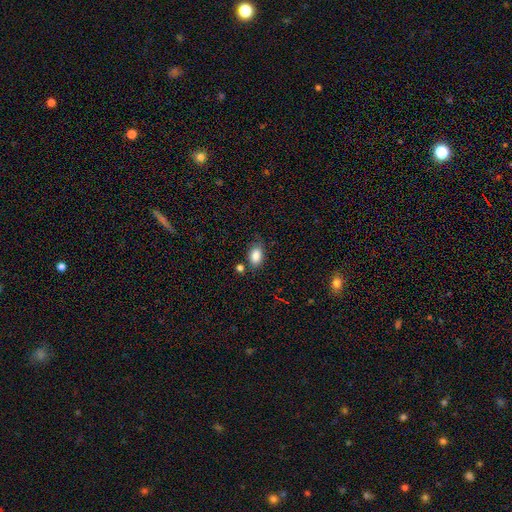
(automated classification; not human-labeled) This appears to be a smooth galaxy with no disk features (86%) that is in between round and cigar-shaped (87%). Merging: none (72%).